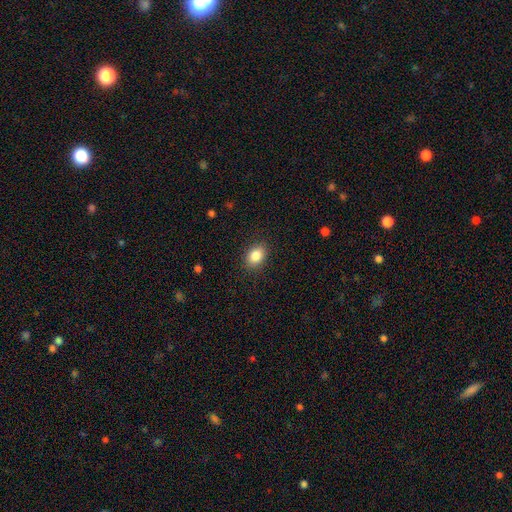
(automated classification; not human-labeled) This appears to be a smooth galaxy with no disk features (85%) that is in between round and cigar-shaped (75%). Merging: none (88%).